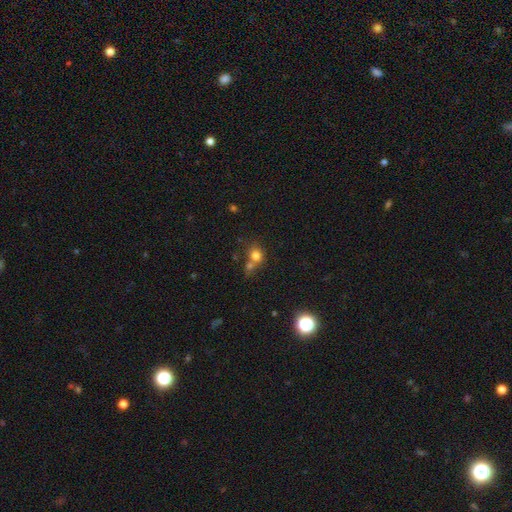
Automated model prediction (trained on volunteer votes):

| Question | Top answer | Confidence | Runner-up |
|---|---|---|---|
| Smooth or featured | smooth | 77% | star or artifact (14%) |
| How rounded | round | 78% | in between (21%) |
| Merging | none | 45% | merger (41%) |